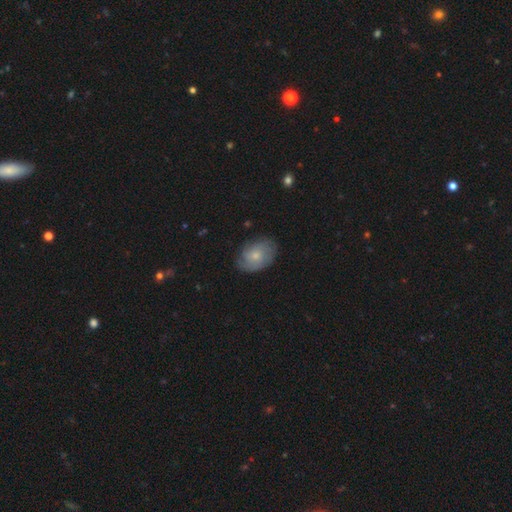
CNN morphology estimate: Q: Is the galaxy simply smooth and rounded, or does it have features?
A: smooth — 49%.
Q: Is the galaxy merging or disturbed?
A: none — 74%.